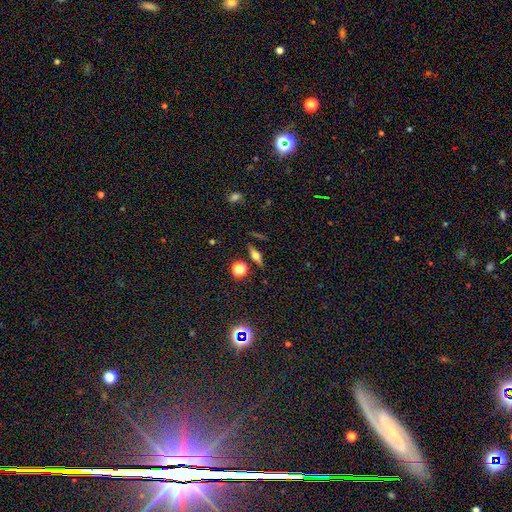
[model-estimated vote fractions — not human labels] A featured or disk galaxy (51%) viewed edge-on (90%).

Vote fractions:
- Smooth or featured? featured or disk: 51% / smooth: 36% / star or artifact: 13%
- Edge-on disk? yes: 90% / no: 10%
- Merging? none: 84% / minor disturbance: 9% / major disturbance: 3% / merger: 3%